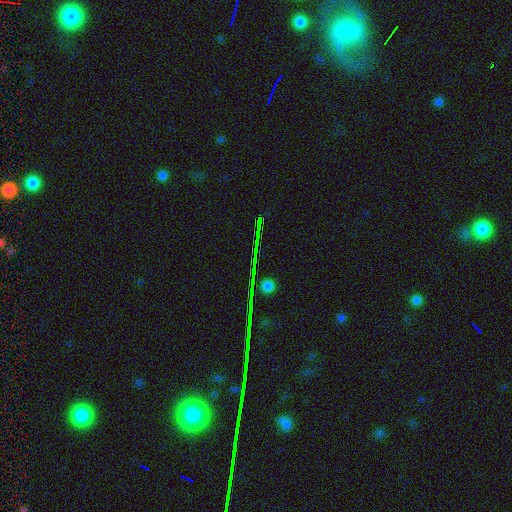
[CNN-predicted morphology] Smooth or featured? star or artifact (76%)